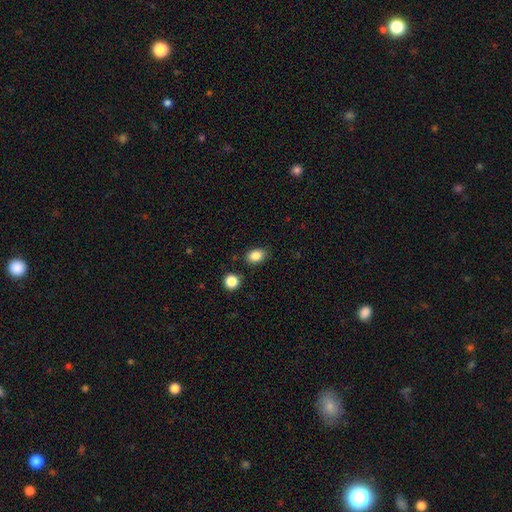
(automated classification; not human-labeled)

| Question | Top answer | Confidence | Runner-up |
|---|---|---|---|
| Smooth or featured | smooth | 85% | star or artifact (10%) |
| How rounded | in between | 66% | round (33%) |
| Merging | none | 83% | minor disturbance (11%) |